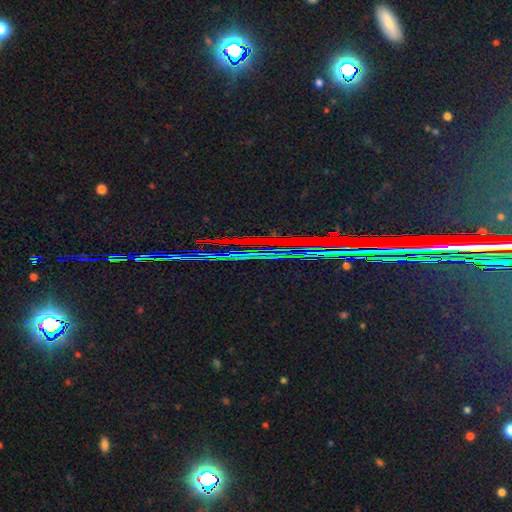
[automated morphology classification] Q: Smooth or featured?
A: star or artifact (85%); runner-up: featured or disk (8%)